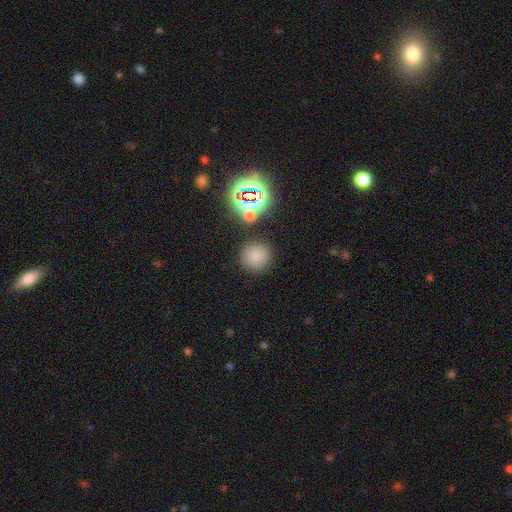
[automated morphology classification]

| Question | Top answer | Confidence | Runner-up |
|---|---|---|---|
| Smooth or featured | smooth | 73% | star or artifact (20%) |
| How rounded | round | 92% | in between (7%) |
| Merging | none | 84% | minor disturbance (7%) |